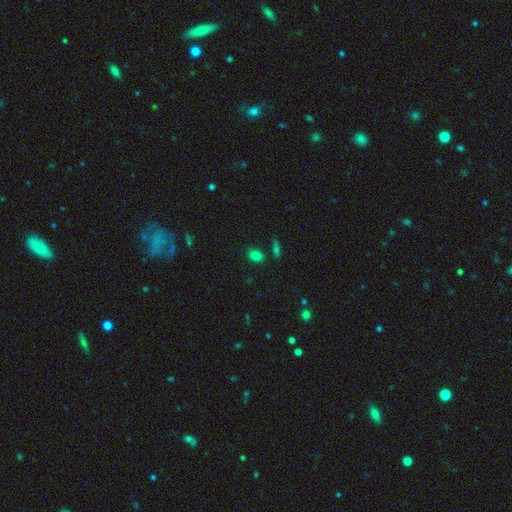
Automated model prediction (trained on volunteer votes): This is clearly a smooth galaxy (81%). How rounded: likely in between (72%). Merging: likely none (80%).